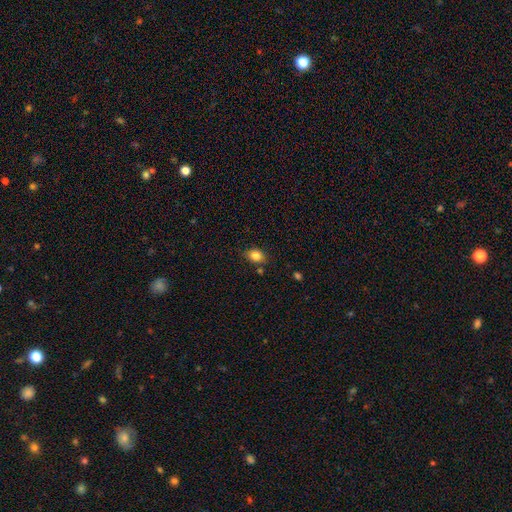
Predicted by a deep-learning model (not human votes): Morphology: type=smooth (83%); roundness=in between (65%); merging=none (76%).